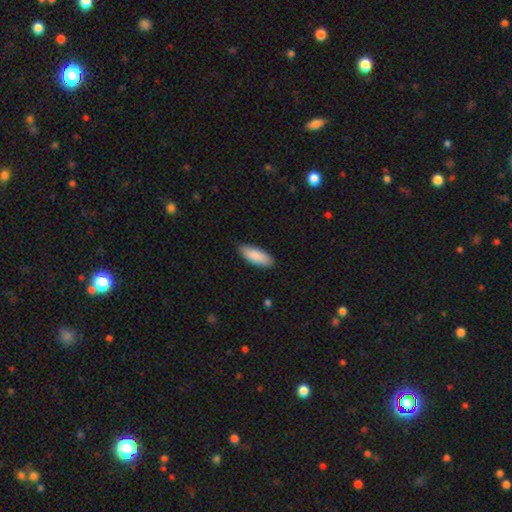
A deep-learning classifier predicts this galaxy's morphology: Q: Smooth or featured?
A: smooth (89%); runner-up: featured or disk (5%)
Q: How rounded?
A: in between (75%); runner-up: cigar-shaped (23%)
Q: Merging?
A: none (87%); runner-up: minor disturbance (10%)